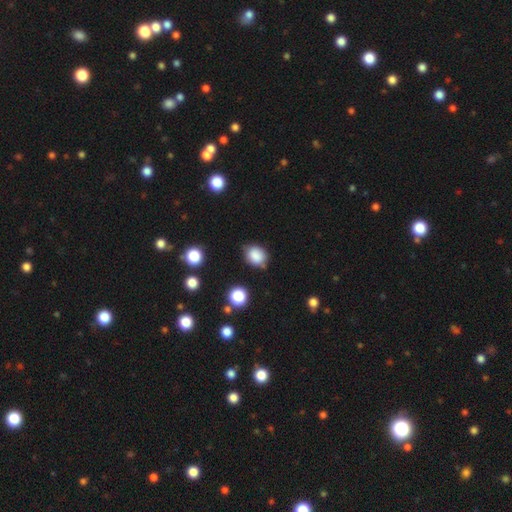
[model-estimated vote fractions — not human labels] The model was most divided on "how rounded": round: 51%, in between: 48%, cigar-shaped: 1%. More confident: smooth or featured — smooth (84%); merging — none (71%).